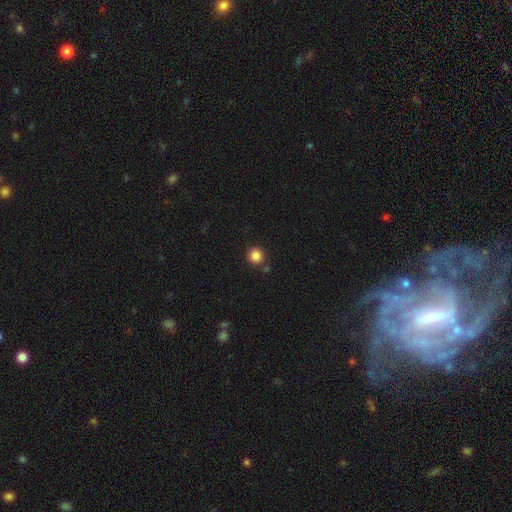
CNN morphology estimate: Overall: smooth (85%). How rounded: round (94%). Merging: none (85%).